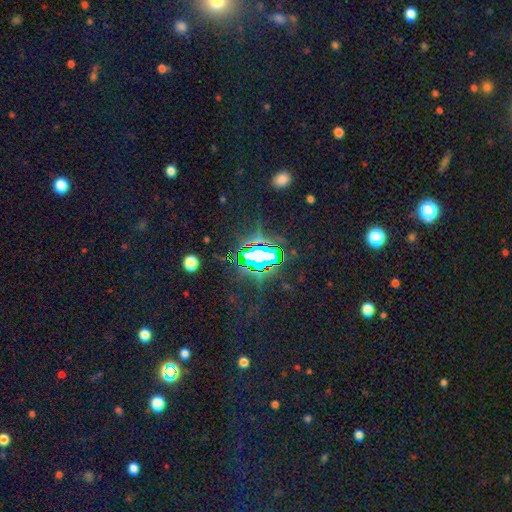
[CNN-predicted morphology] Q: Smooth or featured?
A: star or artifact (79%); runner-up: smooth (12%)